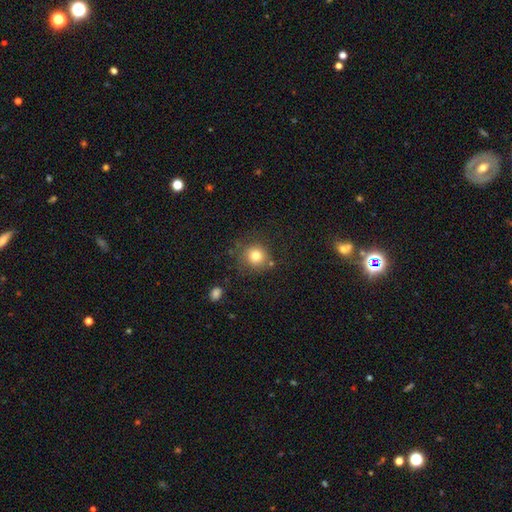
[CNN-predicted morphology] This is likely a smooth galaxy (80%). How rounded: clearly round (91%). Merging: likely none (77%).